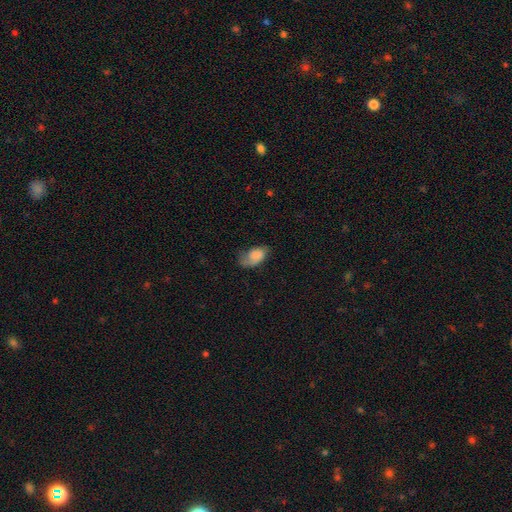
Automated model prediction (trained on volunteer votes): This appears to be a smooth galaxy with no disk features (67%) that is in between round and cigar-shaped (91%). Merging: none (47%).